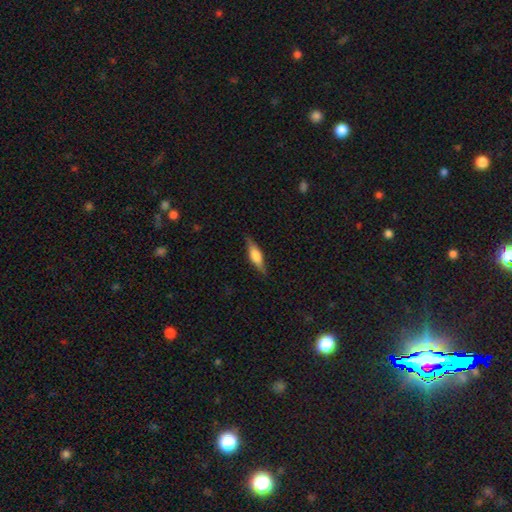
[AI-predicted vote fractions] This is possibly a smooth galaxy (48%). Merging: clearly none (84%).